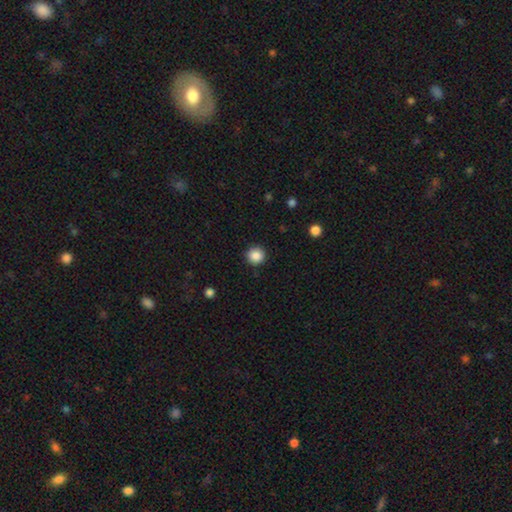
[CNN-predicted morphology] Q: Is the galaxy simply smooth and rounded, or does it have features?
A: smooth — 87%.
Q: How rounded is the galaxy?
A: round — 95%.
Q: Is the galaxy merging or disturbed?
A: none — 92%.